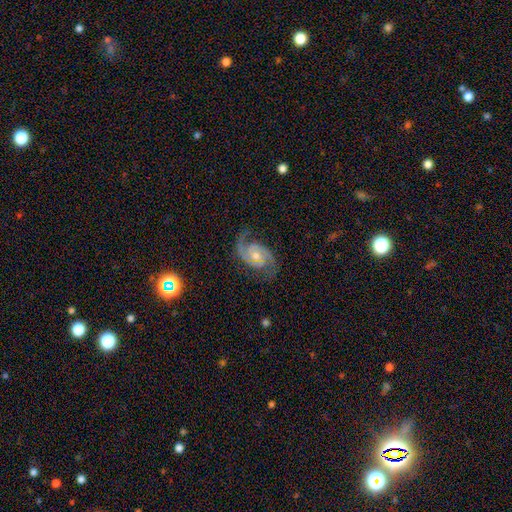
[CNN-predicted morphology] Smooth or featured? featured or disk (90%)
Edge-on disk? no (97%)
Bar? no (60%)
Spiral arms? yes (98%)
Spiral winding? medium (53%)
Spiral arm count? 2 (90%)
Bulge size? moderate (57%)
Merging? none (77%)